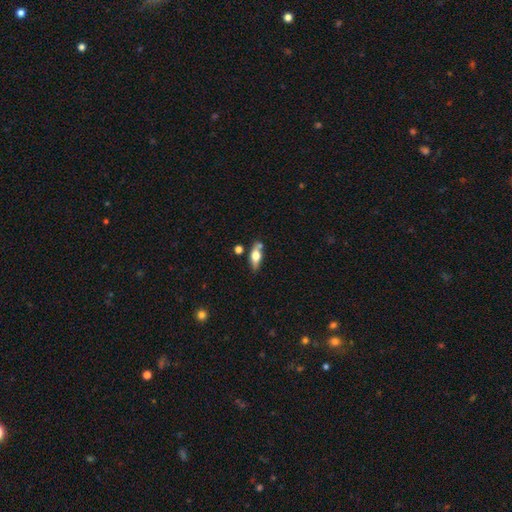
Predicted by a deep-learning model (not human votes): Q: Smooth or featured?
A: smooth (55%); runner-up: featured or disk (38%)
Q: How rounded?
A: in between (69%); runner-up: cigar-shaped (27%)
Q: Merging?
A: none (70%); runner-up: minor disturbance (16%)